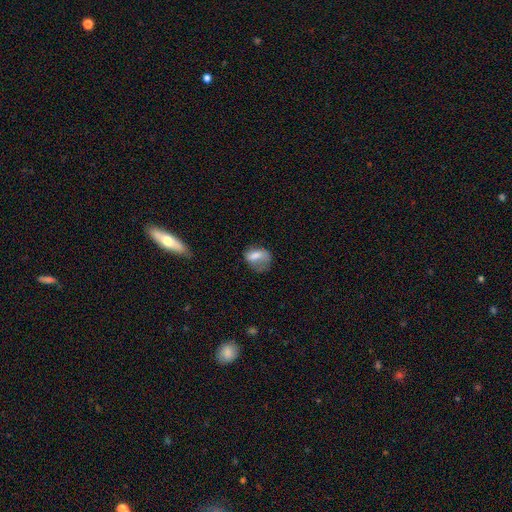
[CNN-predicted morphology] smooth 70%, featured or disk 21%, star or artifact 10%. Down the decision tree: how rounded — in between (73%); merging — none (34%).